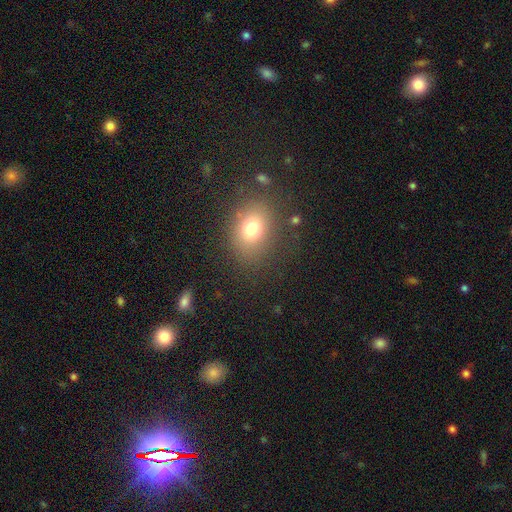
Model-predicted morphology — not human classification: Q: Smooth or featured?
A: smooth (71%); runner-up: star or artifact (18%)
Q: How rounded?
A: in between (56%); runner-up: round (43%)
Q: Merging?
A: none (83%); runner-up: minor disturbance (11%)